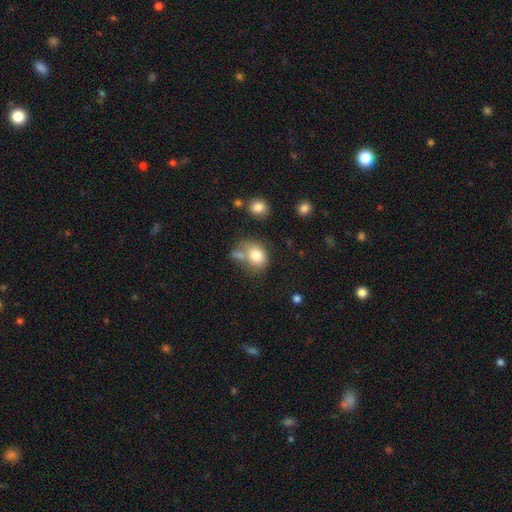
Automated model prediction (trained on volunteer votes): A smooth galaxy with no disk features (80%) that is in between round and cigar-shaped (53%). Merging: none (44%).